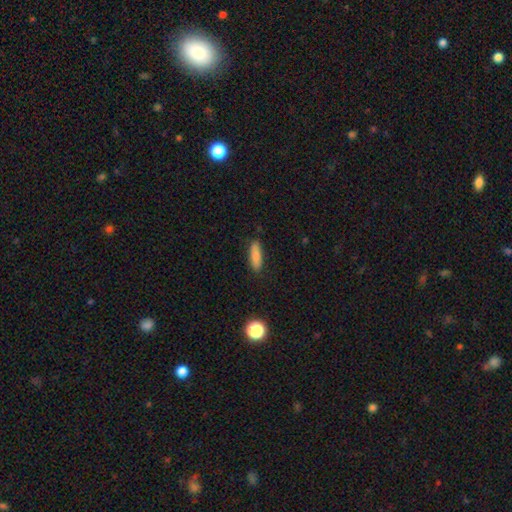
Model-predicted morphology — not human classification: A smooth galaxy with no disk features (83%) that is cigar-shaped (58%). Merging: none (86%).